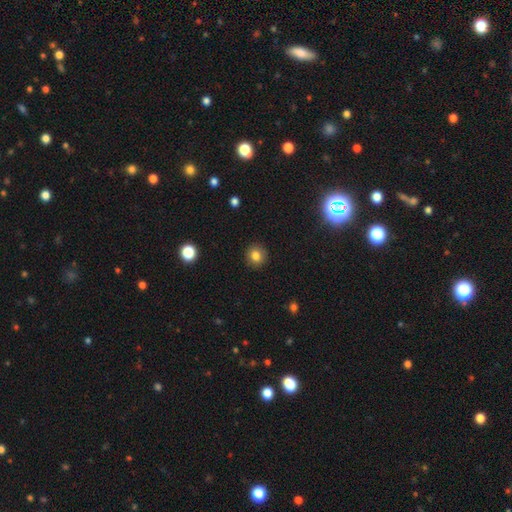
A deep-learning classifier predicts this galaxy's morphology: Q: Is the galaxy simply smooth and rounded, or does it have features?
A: smooth — 81%.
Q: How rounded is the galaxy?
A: round — 87%.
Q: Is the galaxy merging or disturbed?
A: none — 91%.